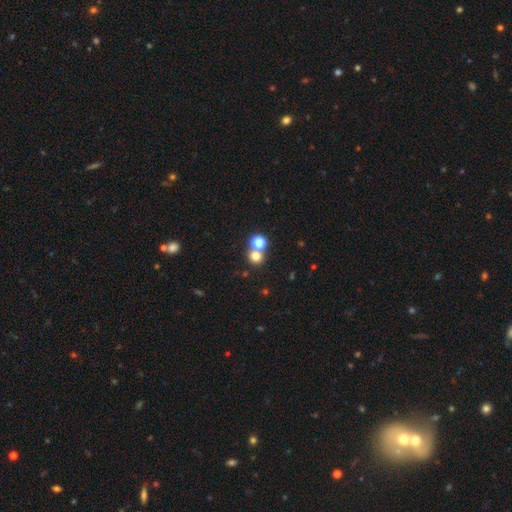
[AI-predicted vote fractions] smooth 72%, star or artifact 20%, featured or disk 8%. Down the decision tree: how rounded — round (88%); merging — none (60%).